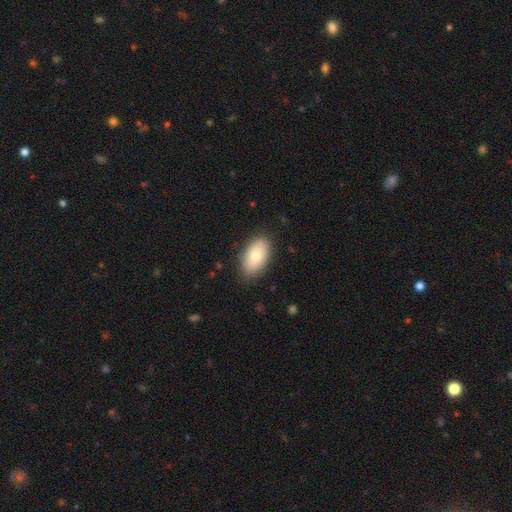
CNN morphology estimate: Q: Smooth or featured?
A: smooth (79%); runner-up: featured or disk (14%)
Q: How rounded?
A: in between (94%); runner-up: round (4%)
Q: Merging?
A: none (84%); runner-up: minor disturbance (12%)